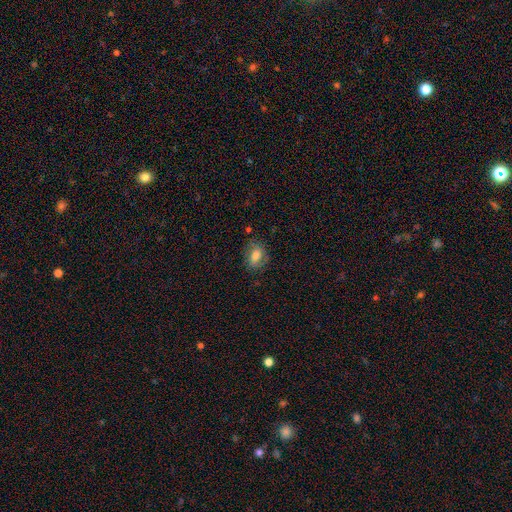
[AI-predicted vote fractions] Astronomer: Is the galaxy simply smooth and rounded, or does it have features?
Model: smooth — 67%.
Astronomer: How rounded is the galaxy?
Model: in between — 75%.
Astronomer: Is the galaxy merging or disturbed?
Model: none — 71%.